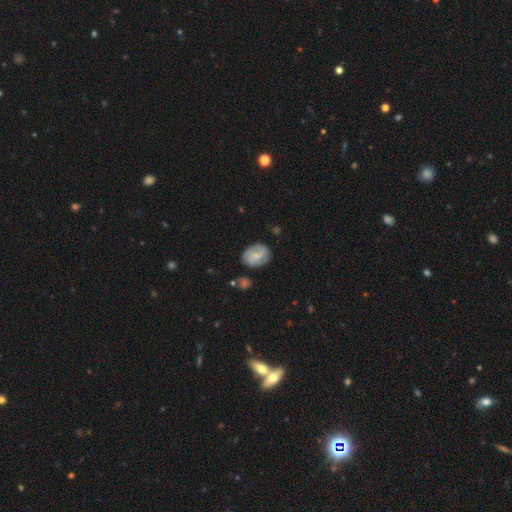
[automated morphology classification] Overall: featured or disk (51%; smooth 42%). Edge-on disk: no (97%). Merging: none (73%).